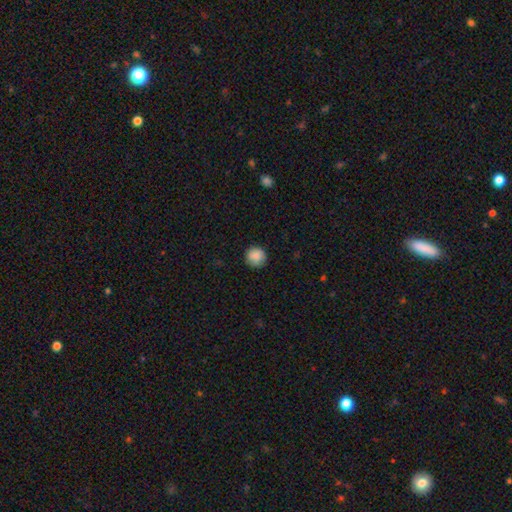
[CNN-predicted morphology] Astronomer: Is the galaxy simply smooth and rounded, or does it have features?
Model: smooth — 87%.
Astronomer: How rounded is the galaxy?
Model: round — 93%.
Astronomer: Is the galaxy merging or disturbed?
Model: none — 88%.